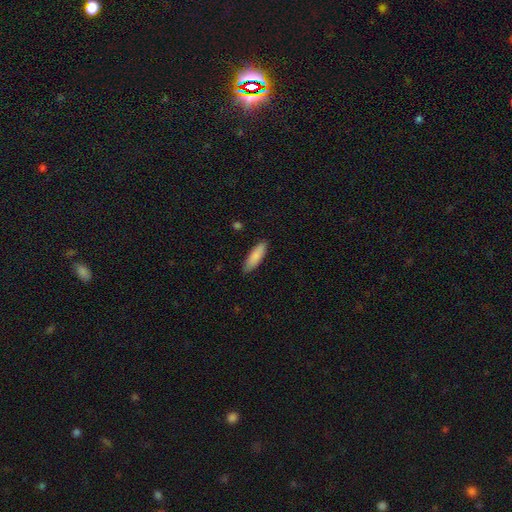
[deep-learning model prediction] A smooth galaxy with no disk features (86%) that is cigar-shaped (53%). Merging: none (87%).